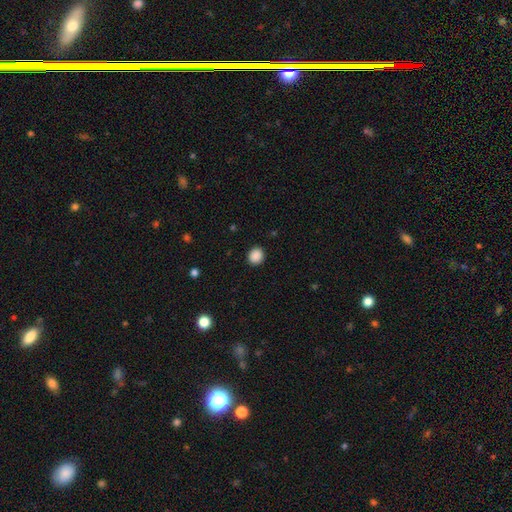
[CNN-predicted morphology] smooth 88%, star or artifact 9%, featured or disk 2%. Down the decision tree: how rounded — round (78%); merging — none (91%).